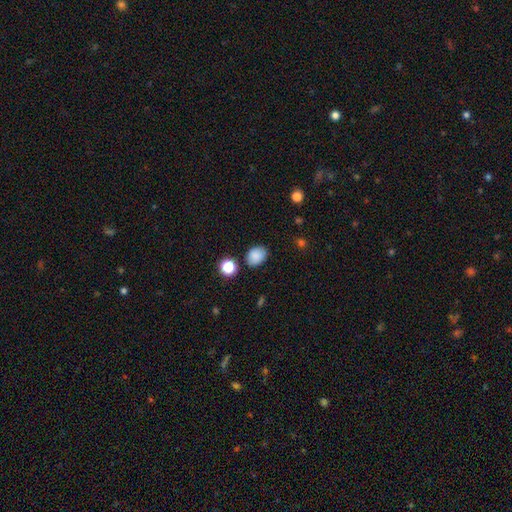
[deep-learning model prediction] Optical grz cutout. It shows a smooth galaxy with no disk features (86%) that is in between round and cigar-shaped (70%). Merging: none (80%).